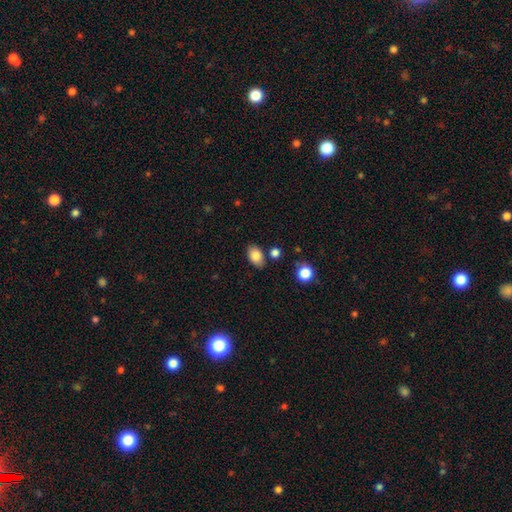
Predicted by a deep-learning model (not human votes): Smooth or featured: smooth — 85% (star or artifact — 8%)
How rounded: in between — 86% (round — 13%)
Merging: none — 80% (minor disturbance — 12%)